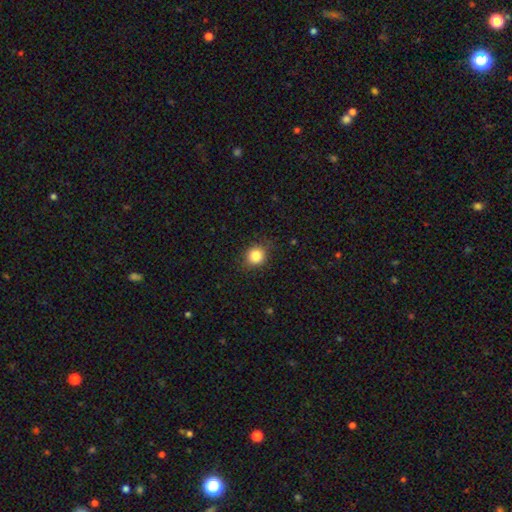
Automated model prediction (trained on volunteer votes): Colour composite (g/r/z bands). It shows a smooth galaxy with no disk features (84%) that is round (79%). Merging: none (85%).